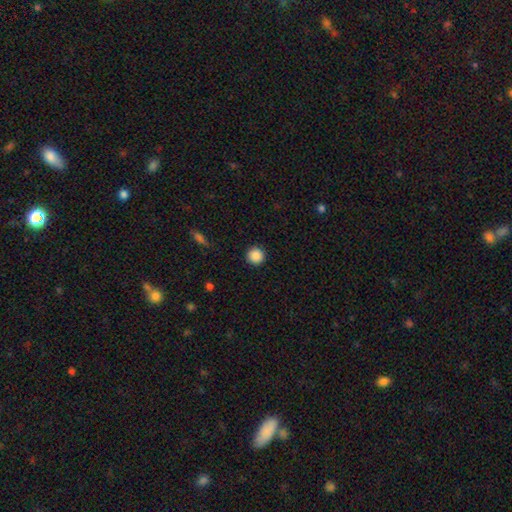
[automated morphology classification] Smooth or featured? smooth (88%)
How rounded? round (96%)
Merging? none (92%)